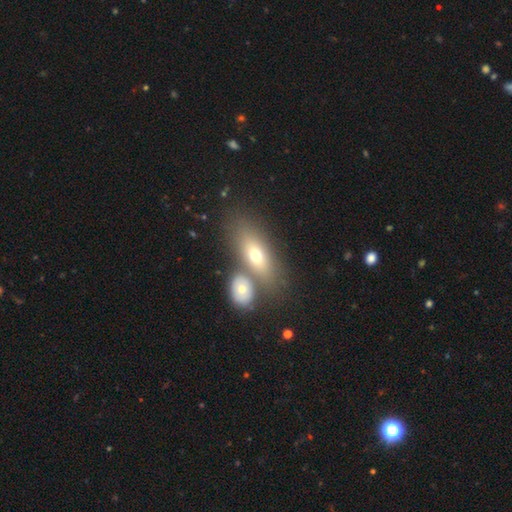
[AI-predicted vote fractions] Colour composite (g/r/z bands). It shows a smooth galaxy with no disk features (63%) that is in between round and cigar-shaped (71%). Merging: none (49%).